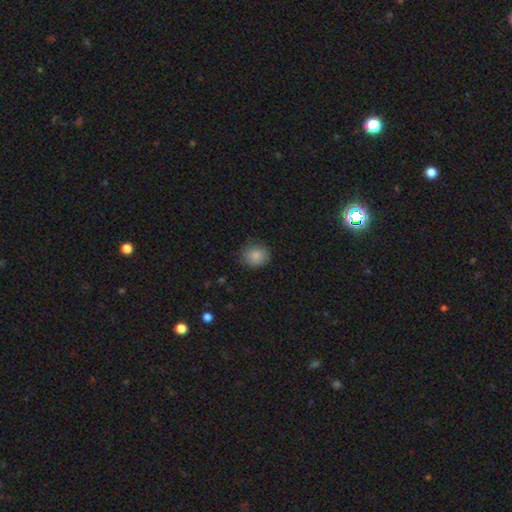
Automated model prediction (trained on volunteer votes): Q: Smooth or featured?
A: smooth (87%); runner-up: star or artifact (8%)
Q: How rounded?
A: round (79%); runner-up: in between (20%)
Q: Merging?
A: none (81%); runner-up: minor disturbance (15%)